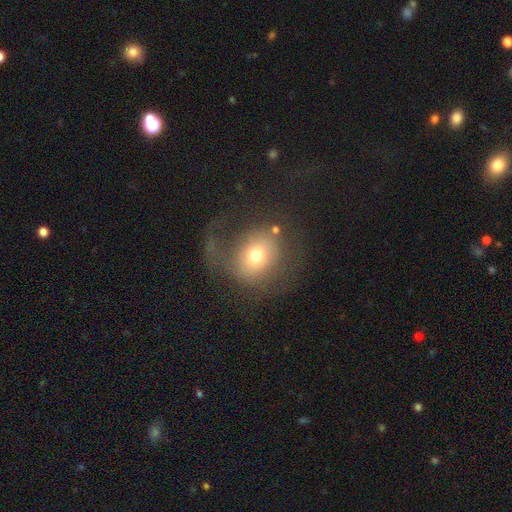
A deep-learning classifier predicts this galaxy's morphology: A smooth galaxy with no disk features (53%) that is round (69%).

Vote fractions:
- Smooth or featured? smooth: 53% / featured or disk: 36% / star or artifact: 11%
- How rounded? round: 69% / in between: 30% / cigar-shaped: 1%
- Merging? none: 41% / major disturbance: 39% / minor disturbance: 17% / merger: 3%